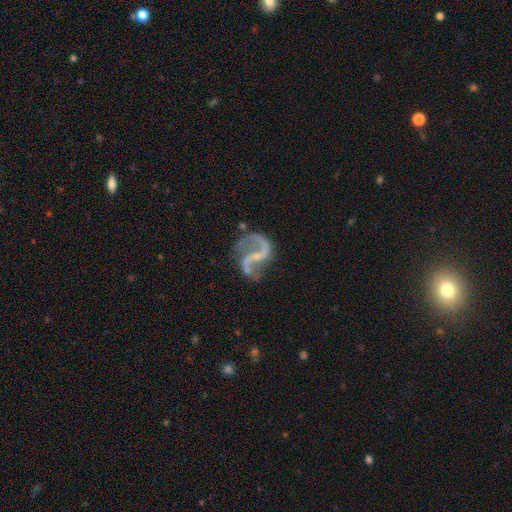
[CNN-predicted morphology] A featured or disk galaxy (92%) with a weak bar (44%), 2 (93%) loose (70%) spiral arms (96%) and a small central bulge (55%). Merging: none (67%).